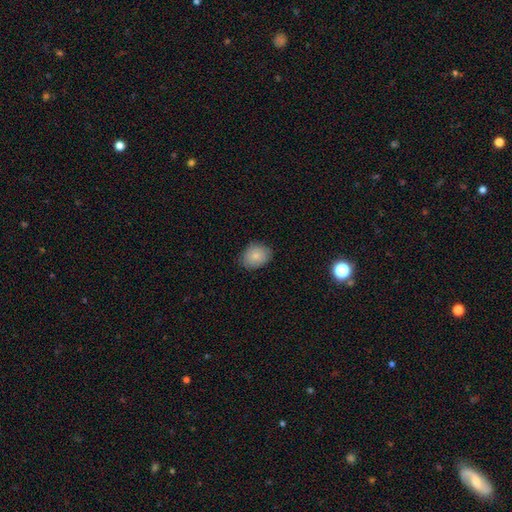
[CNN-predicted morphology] A smooth galaxy with no disk features (83%) that is in between round and cigar-shaped (61%). Merging: none (82%).